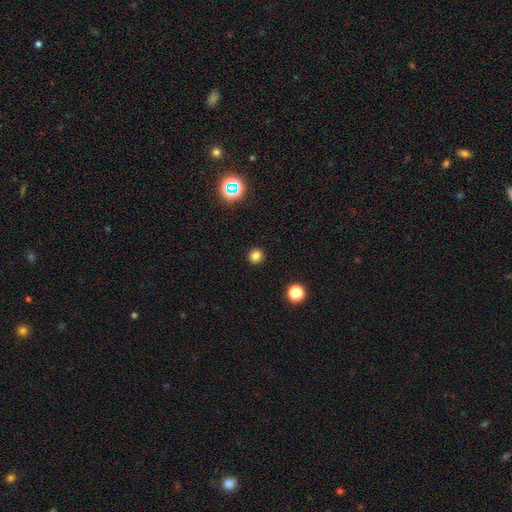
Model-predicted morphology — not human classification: smooth_or_featured: smooth (p=0.79) [alt: star or artifact p=0.16]
how_rounded: round (p=0.94) [alt: in between p=0.05]
merging: none (p=0.92) [alt: minor disturbance p=0.05]